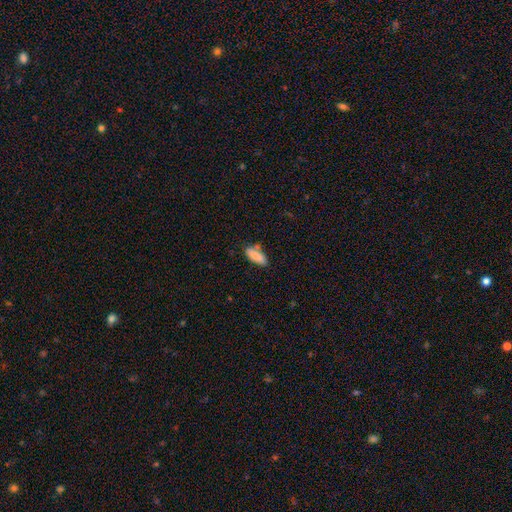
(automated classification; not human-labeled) Overall: smooth (86%). How rounded: in between (72%). Merging: none (67%).